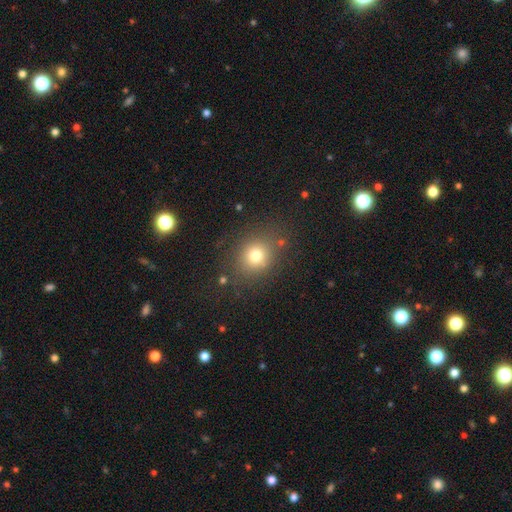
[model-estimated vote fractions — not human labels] A smooth galaxy with no disk features (75%) that is round (75%). Merging: none (79%).